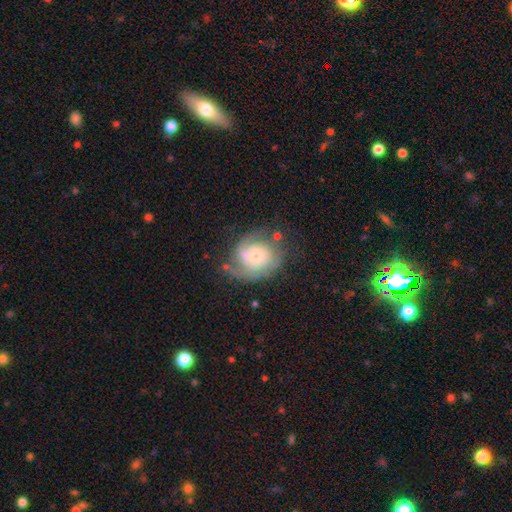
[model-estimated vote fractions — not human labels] This is likely a featured or disk galaxy (76%). It is clearly not viewed edge-on (97%). Bar: likely no (73%). Spiral arm pattern: clearly yes (89%). Spiral arm count: possibly 2 (47%). Spiral winding: possibly tight (52%). Central bulge: possibly small (56%). Merging: possibly none (56%).